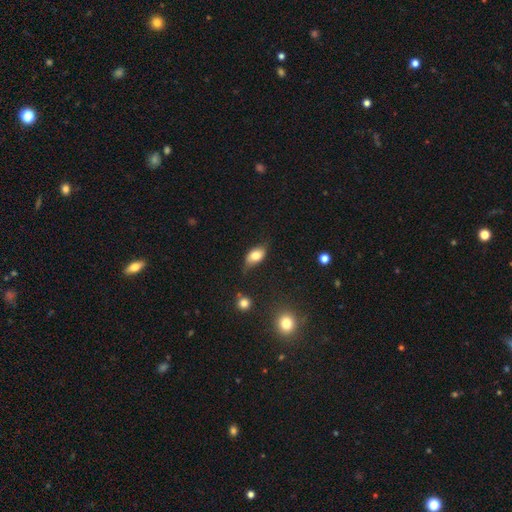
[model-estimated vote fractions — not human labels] A smooth galaxy with no disk features (74%) that is in between round and cigar-shaped (89%). Merging: none (56%).